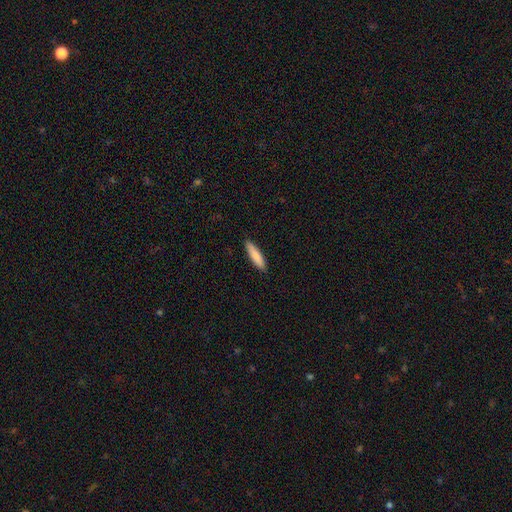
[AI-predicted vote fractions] Smooth or featured?
  - smooth: 85% *
  - featured or disk: 10%
  - star or artifact: 5%
How rounded?
  - cigar-shaped: 81% *
  - in between: 17%
  - round: 1%
Merging?
  - none: 90% *
  - minor disturbance: 7%
  - major disturbance: 2%
  - merger: 1%